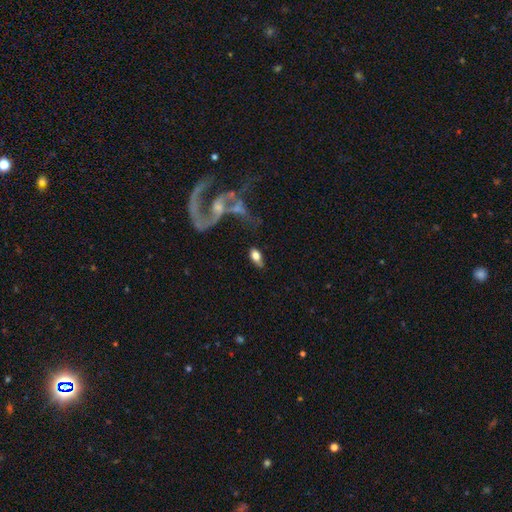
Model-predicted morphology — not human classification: smooth-or-featured: smooth: 64% | featured or disk: 29% | star or artifact: 8%
  how-rounded: in between: 88% | cigar-shaped: 7% | round: 5%
  merging: none: 58% | minor disturbance: 20% | major disturbance: 13% | merger: 10%